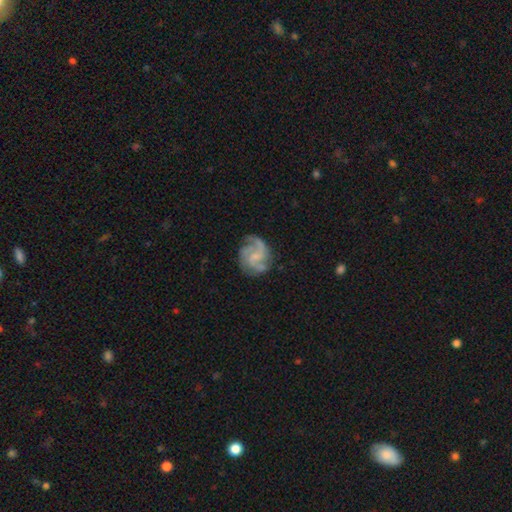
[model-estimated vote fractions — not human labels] A featured or disk galaxy (84%) with no bar (47%), 3 (42%) medium (52%) spiral arms (96%) and a small central bulge (51%).

Vote fractions:
- Smooth or featured? featured or disk: 84% / smooth: 11% / star or artifact: 6%
- Edge-on disk? no: 98% / yes: 2%
- Bar? no: 47% / weak: 45% / strong: 9%
- Spiral arms? yes: 96% / no: 4%
- Spiral winding? medium: 52% / loose: 27% / tight: 22%
- Spiral arm count? 3: 42% / 2: 31% / can't tell: 11% / 4: 7% / 1: 5% / more than 4: 4%
- Bulge size? small: 51% / none: 27% / moderate: 19% / large: 2% / dominant: 1%
- Merging? none: 70% / minor disturbance: 19% / major disturbance: 10% / merger: 2%